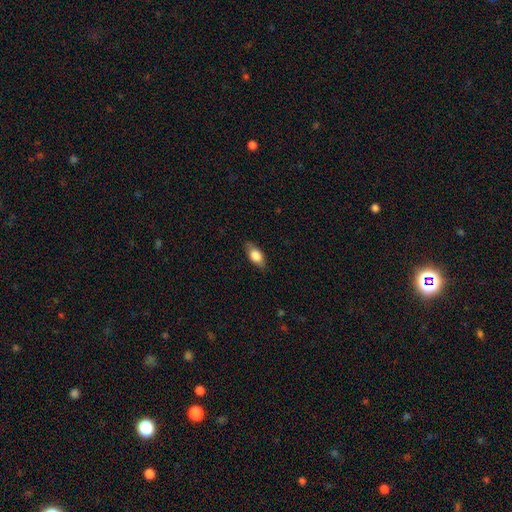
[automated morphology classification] Overall: smooth (76%). How rounded: in between (85%). Merging: none (78%).